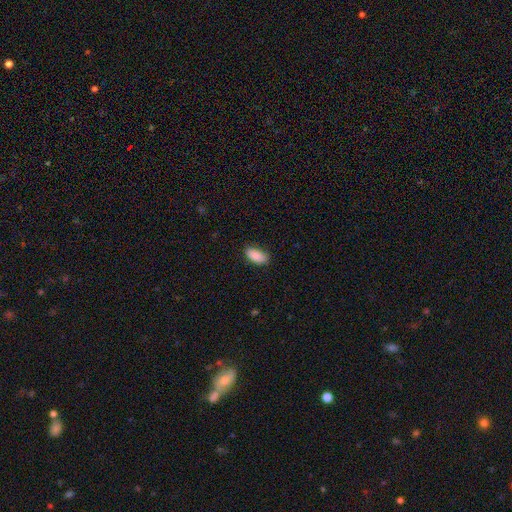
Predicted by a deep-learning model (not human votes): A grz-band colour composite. It shows a smooth galaxy with no disk features (89%) that is in between round and cigar-shaped (91%). Merging: none (84%).